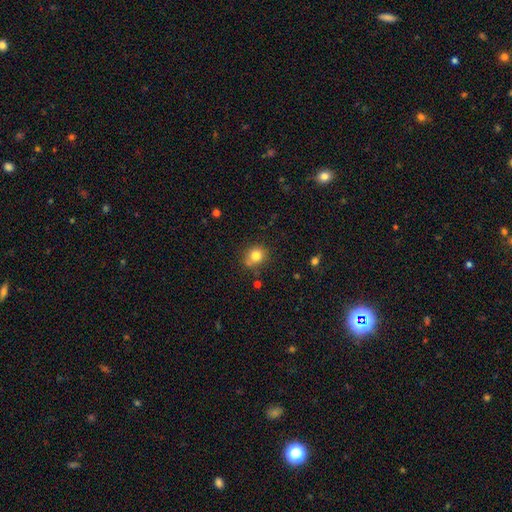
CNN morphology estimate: type=smooth (80%); roundness=round (69%); merging=none (73%).